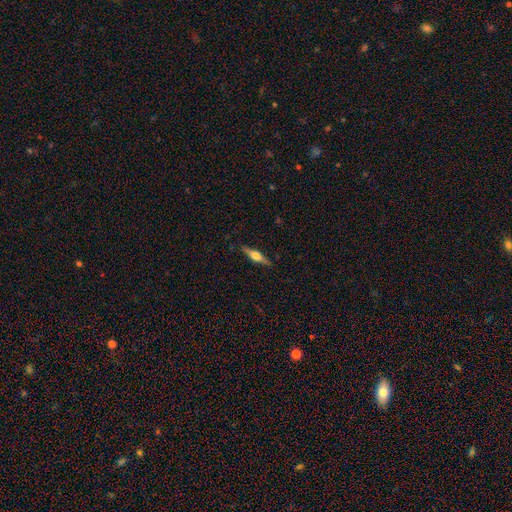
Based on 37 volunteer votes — A featured or disk galaxy (84%) viewed edge-on (100%) with a rounded central bulge (90%). Merging: none (92%).